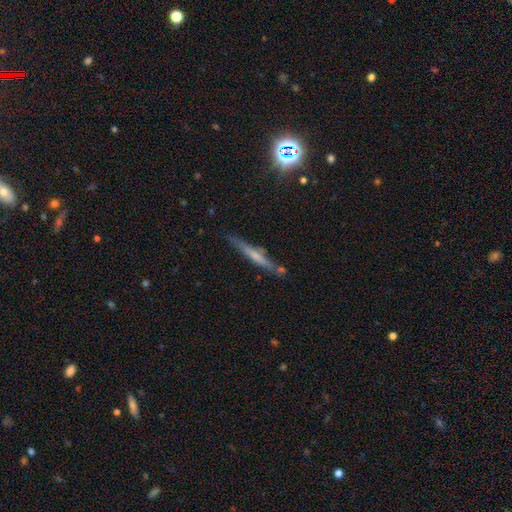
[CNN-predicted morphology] A featured or disk galaxy (52%) viewed edge-on (95%).

Vote fractions:
- Smooth or featured? featured or disk: 52% / smooth: 40% / star or artifact: 8%
- Edge-on disk? yes: 95% / no: 5%
- Merging? none: 80% / minor disturbance: 13% / merger: 5% / major disturbance: 3%